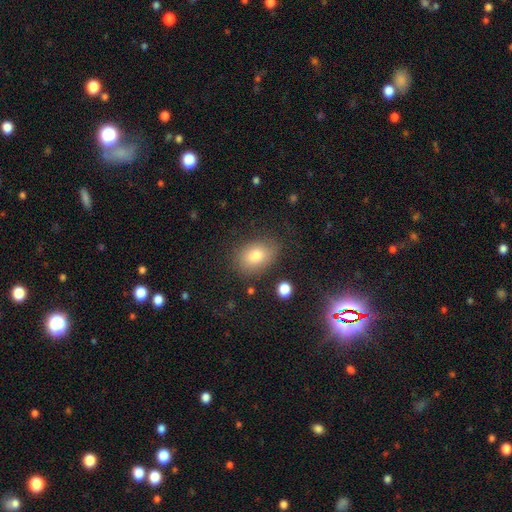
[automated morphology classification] Q: Smooth or featured?
A: smooth (76%); runner-up: star or artifact (13%)
Q: How rounded?
A: in between (71%); runner-up: round (28%)
Q: Merging?
A: none (80%); runner-up: minor disturbance (14%)